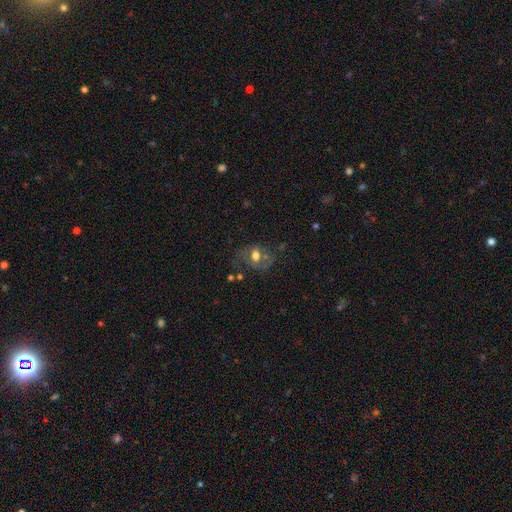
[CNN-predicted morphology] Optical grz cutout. It shows a smooth galaxy with no disk features (44%, tied with featured or disk). Merging: none (47%).